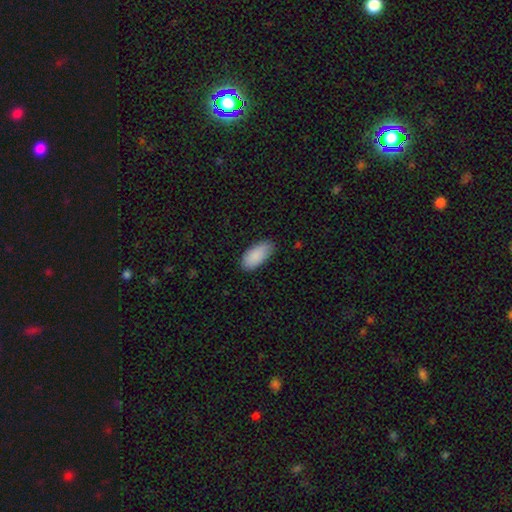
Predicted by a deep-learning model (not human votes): Smooth or featured? smooth (89%)
How rounded? in between (94%)
Merging? none (78%)